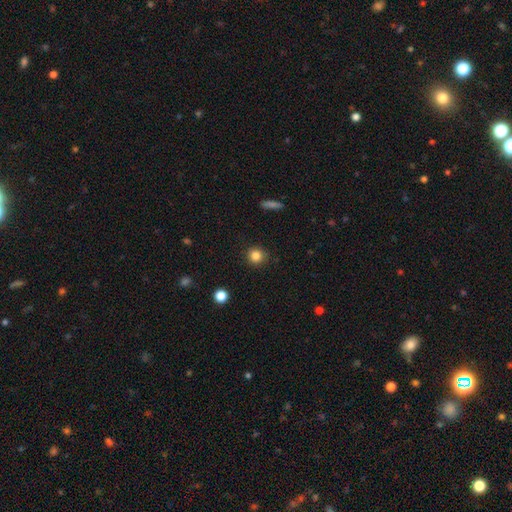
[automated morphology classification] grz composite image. It shows a smooth galaxy with no disk features (83%) that is round (92%). Merging: none (90%).